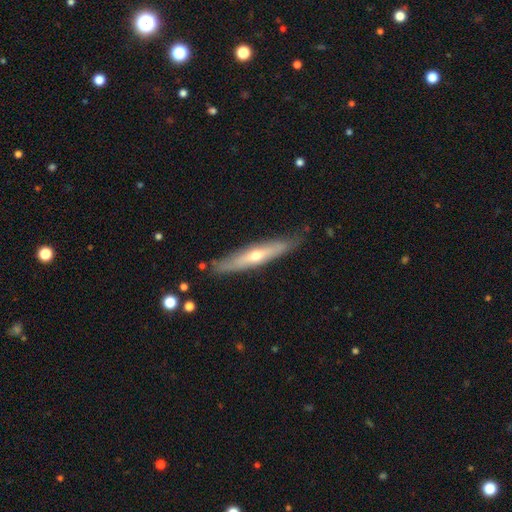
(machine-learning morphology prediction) smooth_or_featured: featured or disk (p=0.58) [alt: smooth p=0.36]
disk_edge_on: yes (p=0.82) [alt: no p=0.18]
merging: none (p=0.80) [alt: minor disturbance p=0.15]